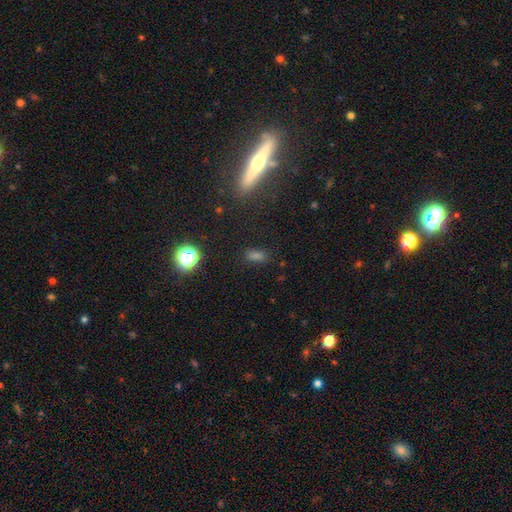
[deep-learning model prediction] smooth-or-featured: smooth: 63% | star or artifact: 26% | featured or disk: 11%
  how-rounded: in between: 61% | cigar-shaped: 24% | round: 15%
  merging: none: 79% | minor disturbance: 12% | major disturbance: 5% | merger: 4%